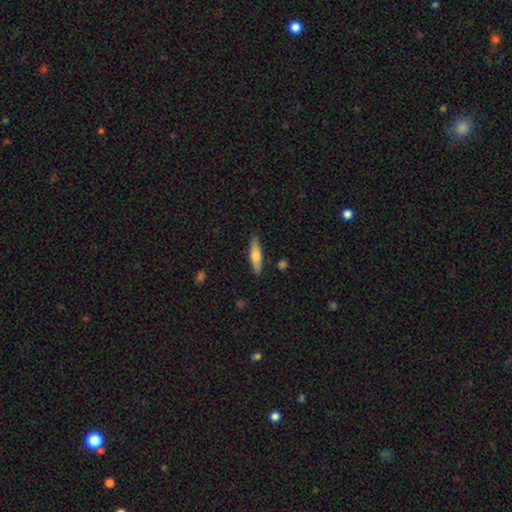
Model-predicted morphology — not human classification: This appears to be a smooth galaxy with no disk features (63%) that is cigar-shaped (71%). Merging: none (87%).